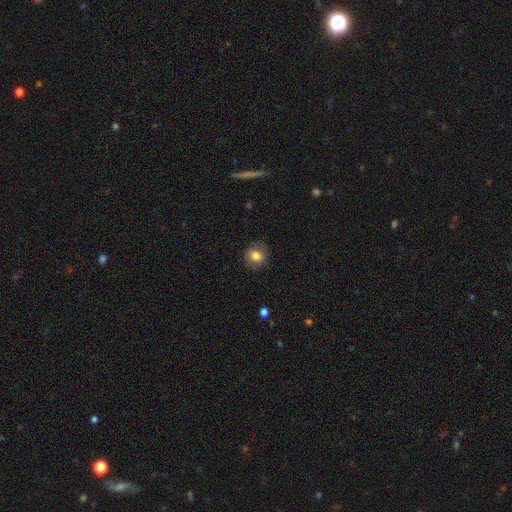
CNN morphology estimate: type=smooth (78%); roundness=round (76%); merging=none (81%).